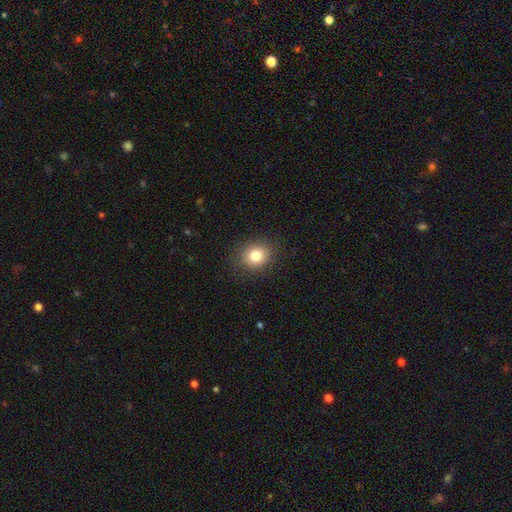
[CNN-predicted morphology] Q: Smooth or featured?
A: smooth (82%); runner-up: star or artifact (11%)
Q: How rounded?
A: round (65%); runner-up: in between (34%)
Q: Merging?
A: none (88%); runner-up: minor disturbance (8%)